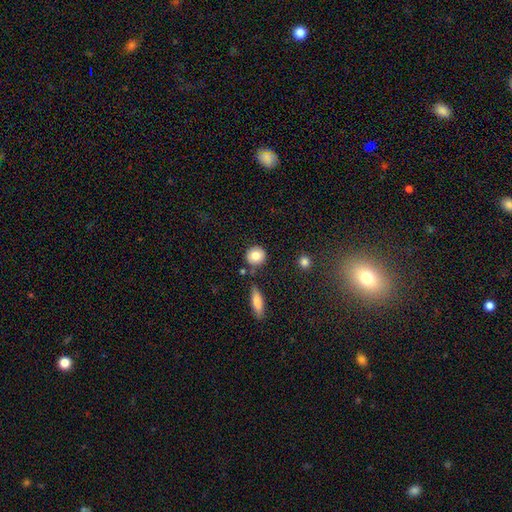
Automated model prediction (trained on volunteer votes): Smooth or featured? Predicted: smooth (p=0.81). How rounded? Predicted: round (p=0.86). Merging? Predicted: none (p=0.79).